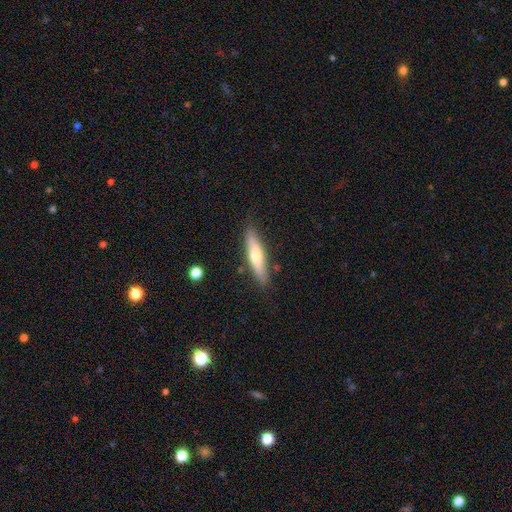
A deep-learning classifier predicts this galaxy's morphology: This is possibly a smooth galaxy (52%). How rounded: clearly cigar-shaped (81%). Merging: clearly none (84%).